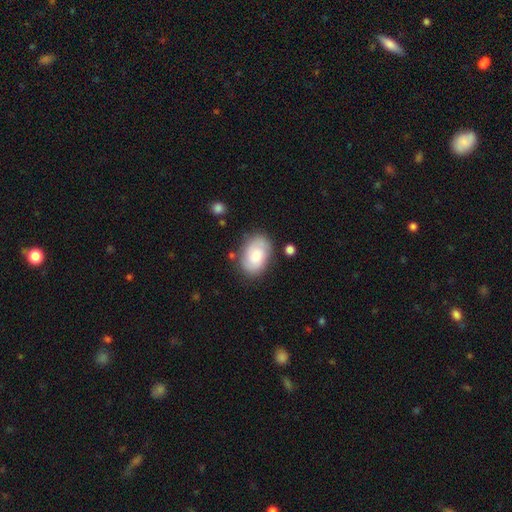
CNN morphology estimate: The model was most divided on "smooth or featured": smooth: 69%, featured or disk: 25%, star or artifact: 7%. More confident: how rounded — in between (84%); merging — none (76%).